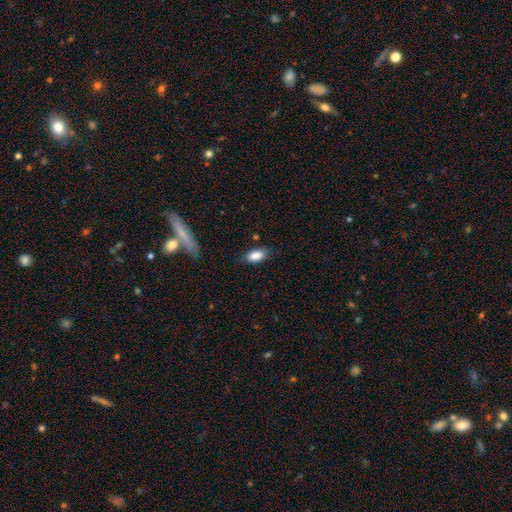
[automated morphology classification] A smooth galaxy with no disk features (86%) that is in between round and cigar-shaped (87%). Merging: none (77%).